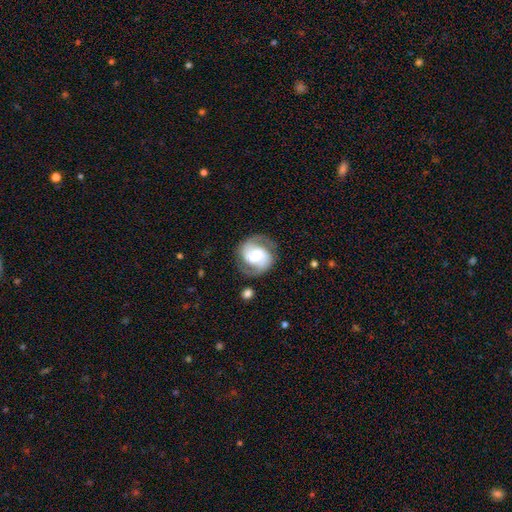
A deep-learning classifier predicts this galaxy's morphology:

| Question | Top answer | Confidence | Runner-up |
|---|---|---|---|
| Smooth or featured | featured or disk | 84% | smooth (11%) |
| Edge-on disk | no | 98% | yes (2%) |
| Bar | weak | 44% | no (34%) |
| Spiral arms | yes | 96% | no (4%) |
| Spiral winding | medium | 51% | tight (33%) |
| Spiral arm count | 2 | 91% | can't tell (3%) |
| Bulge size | moderate | 46% | small (29%) |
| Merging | none | 78% | minor disturbance (14%) |